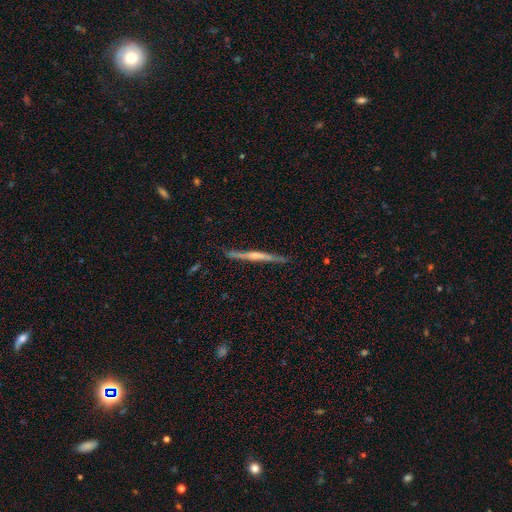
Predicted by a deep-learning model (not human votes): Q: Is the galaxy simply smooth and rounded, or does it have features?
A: featured or disk — 70%.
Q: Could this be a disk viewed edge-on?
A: yes — 97%.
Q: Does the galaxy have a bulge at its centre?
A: rounded — 44%.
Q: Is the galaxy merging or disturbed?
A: none — 85%.